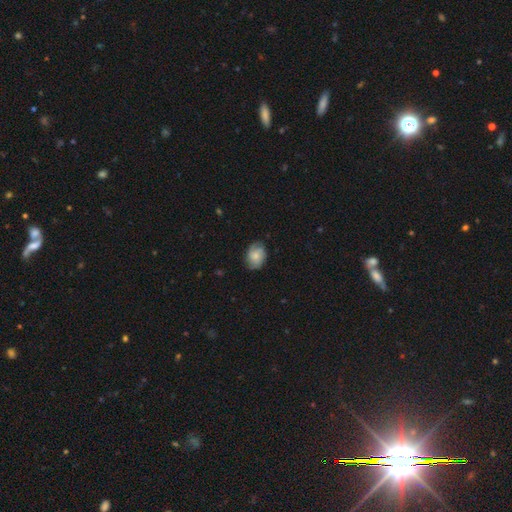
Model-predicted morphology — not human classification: featured or disk 46% (tied), smooth 46% (tied), star or artifact 8%. Down the decision tree: merging — none (74%).